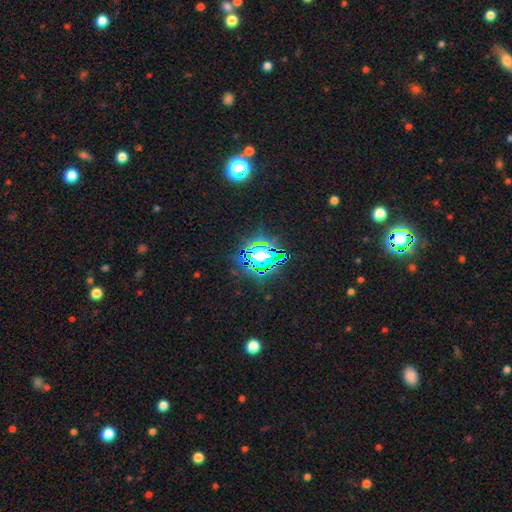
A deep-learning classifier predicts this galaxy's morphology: Smooth or featured? Predicted: star or artifact (p=0.67).